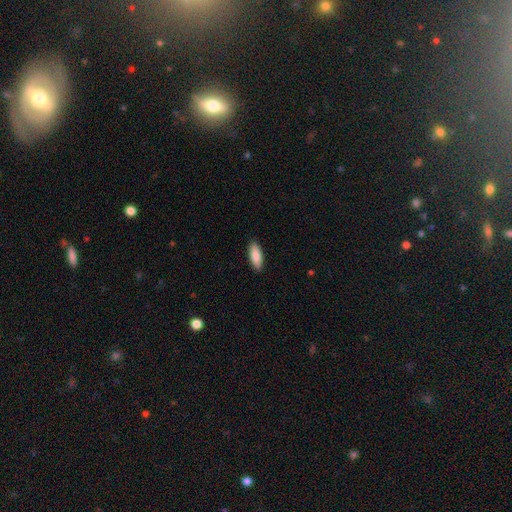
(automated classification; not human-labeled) Smooth or featured: smooth — 88% (featured or disk — 6%)
How rounded: in between — 74% (cigar-shaped — 24%)
Merging: none — 90% (minor disturbance — 7%)